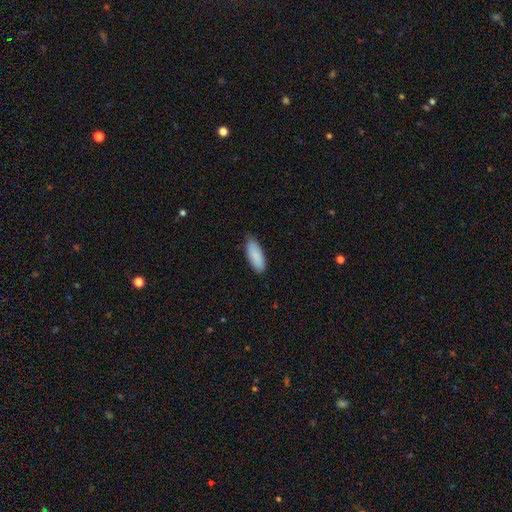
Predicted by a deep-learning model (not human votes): This is clearly a smooth galaxy (89%). How rounded: likely in between (72%). Merging: clearly none (84%).